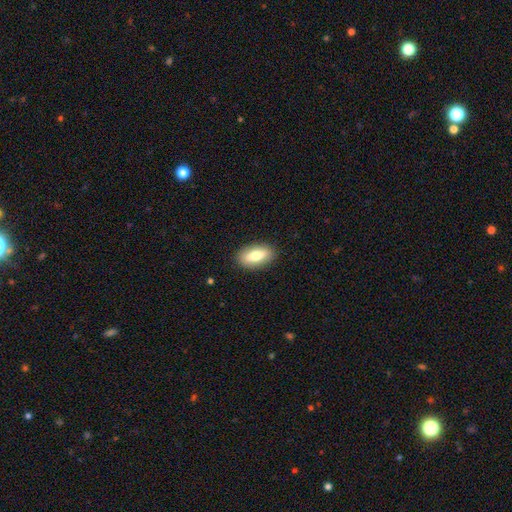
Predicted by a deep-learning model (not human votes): Smooth or featured: smooth — 75% (featured or disk — 18%)
How rounded: in between — 87% (cigar-shaped — 10%)
Merging: none — 88% (minor disturbance — 9%)